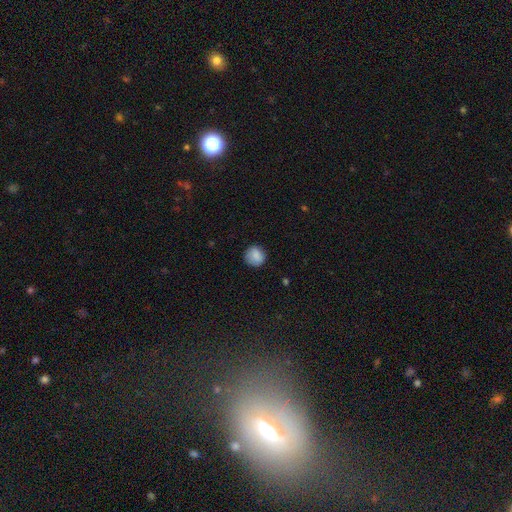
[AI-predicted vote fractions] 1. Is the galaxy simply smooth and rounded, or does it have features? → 85% smooth, 8% star or artifact, 6% featured or disk.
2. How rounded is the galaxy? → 91% round, 8% in between, 1% cigar-shaped.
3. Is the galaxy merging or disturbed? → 84% none, 12% minor disturbance, 3% major disturbance, 1% merger.